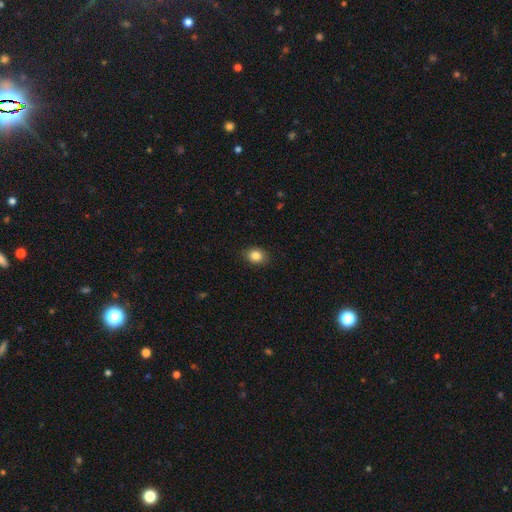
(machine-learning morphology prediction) smooth 85%, star or artifact 10%, featured or disk 5%. Down the decision tree: how rounded — in between (51%); merging — none (88%).